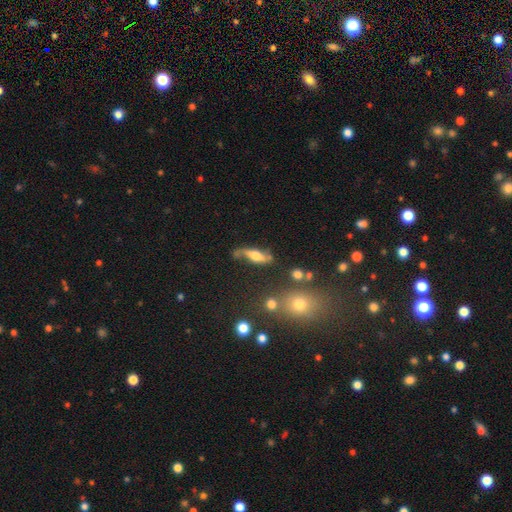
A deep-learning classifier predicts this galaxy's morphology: Smooth or featured? Predicted: featured or disk (p=0.65). Edge-on disk? Predicted: no (p=0.65). Merging? Predicted: none (p=0.59).